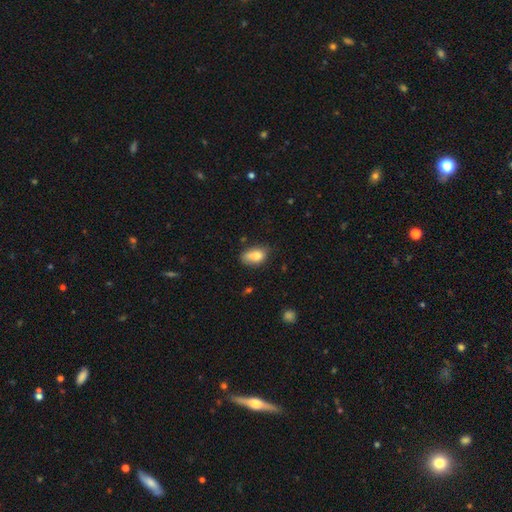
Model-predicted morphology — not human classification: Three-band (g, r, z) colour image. It shows a smooth galaxy with no disk features (80%) that is in between round and cigar-shaped (87%). Merging: none (51%).